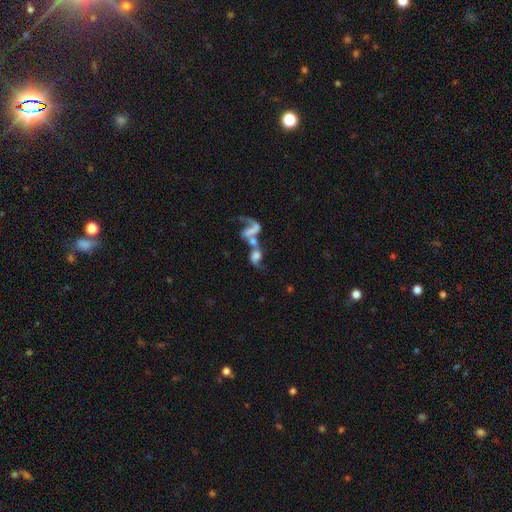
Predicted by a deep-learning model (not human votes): A featured or disk galaxy (52%). Merging: merger (70%).